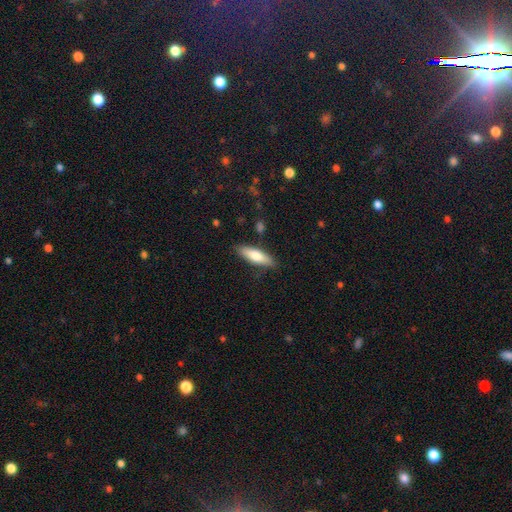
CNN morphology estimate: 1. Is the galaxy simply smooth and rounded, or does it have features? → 69% smooth, 26% featured or disk, 6% star or artifact.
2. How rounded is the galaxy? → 55% cigar-shaped, 43% in between, 2% round.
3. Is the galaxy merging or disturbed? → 83% none, 12% minor disturbance, 3% major disturbance, 2% merger.